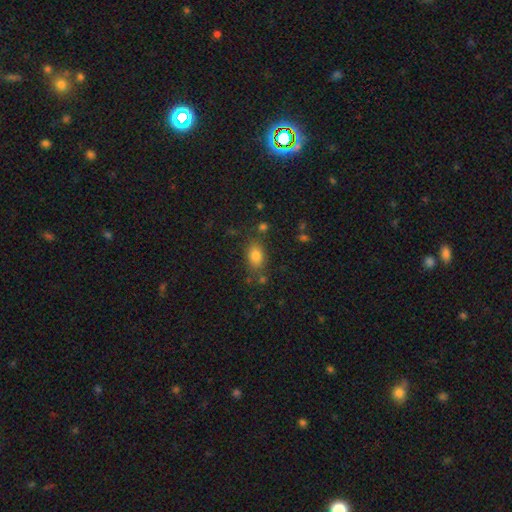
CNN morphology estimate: Smooth or featured? smooth (82%)
How rounded? in between (79%)
Merging? none (72%)